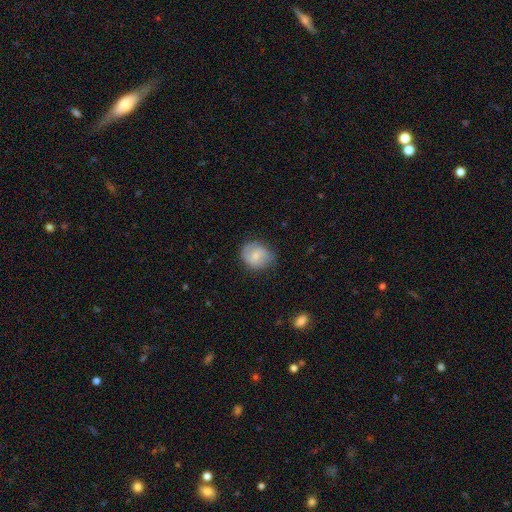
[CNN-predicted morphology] Smooth or featured? Predicted: smooth (p=0.56). How rounded? Predicted: round (p=0.70). Merging? Predicted: none (p=0.68).